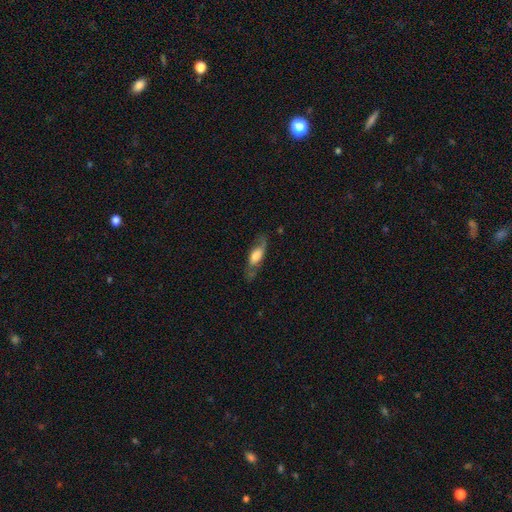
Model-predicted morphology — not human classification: A featured or disk galaxy (51%).

Vote fractions:
- Smooth or featured? featured or disk: 51% / smooth: 42% / star or artifact: 7%
- Edge-on disk? no: 63% / yes: 37%
- Merging? none: 64% / minor disturbance: 21% / major disturbance: 13% / merger: 2%